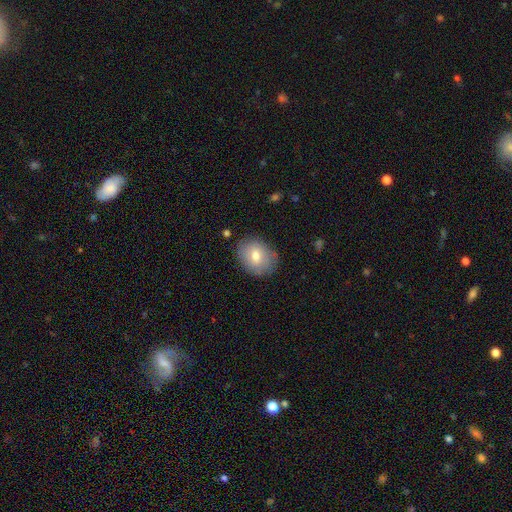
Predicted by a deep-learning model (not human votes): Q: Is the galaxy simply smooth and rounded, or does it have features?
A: smooth — 73%.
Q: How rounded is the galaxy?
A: in between — 55%.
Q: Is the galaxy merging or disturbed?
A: none — 82%.